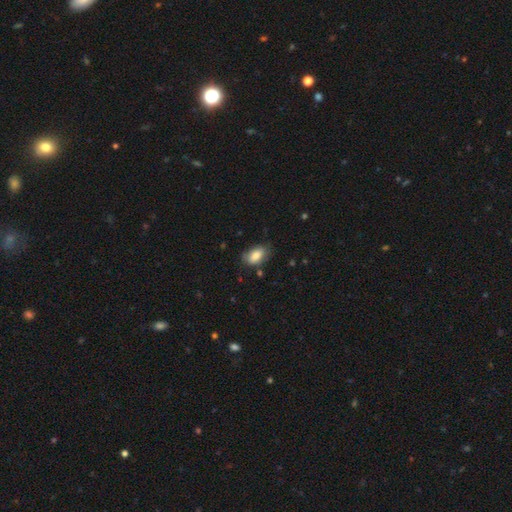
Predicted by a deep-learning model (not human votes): Smooth or featured? Predicted: smooth (p=0.82). How rounded? Predicted: in between (p=0.90). Merging? Predicted: none (p=0.69).